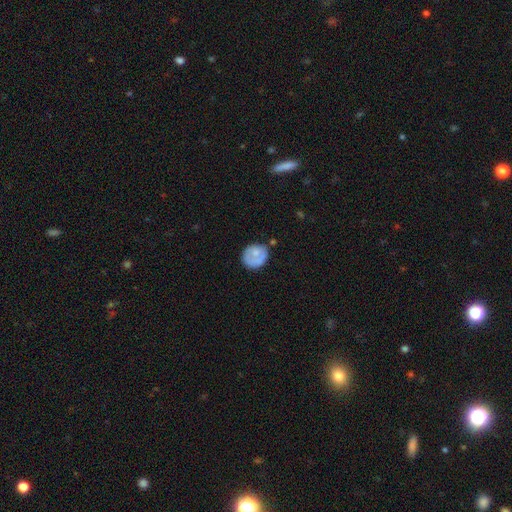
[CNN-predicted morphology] Smooth or featured? smooth (65%)
How rounded? round (72%)
Merging? none (60%)